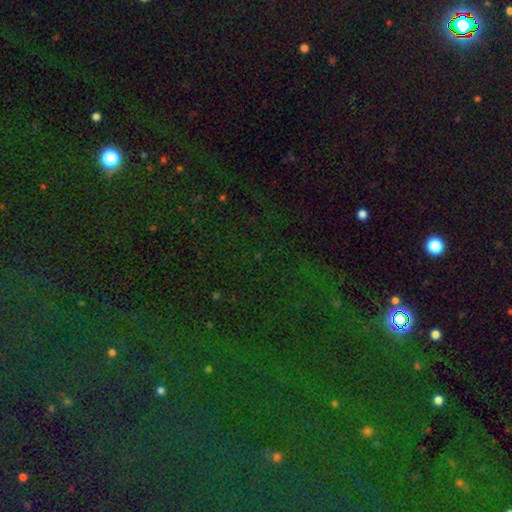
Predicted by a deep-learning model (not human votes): This is likely a star or artifact rather than a galaxy (79%).